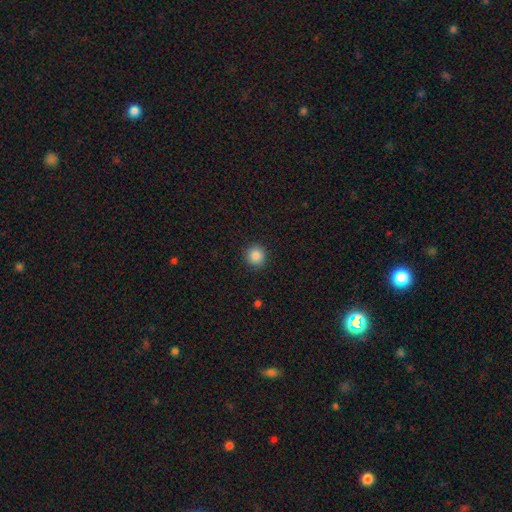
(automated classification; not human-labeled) smooth 87%, star or artifact 9%, featured or disk 3%. Down the decision tree: how rounded — round (93%); merging — none (91%).